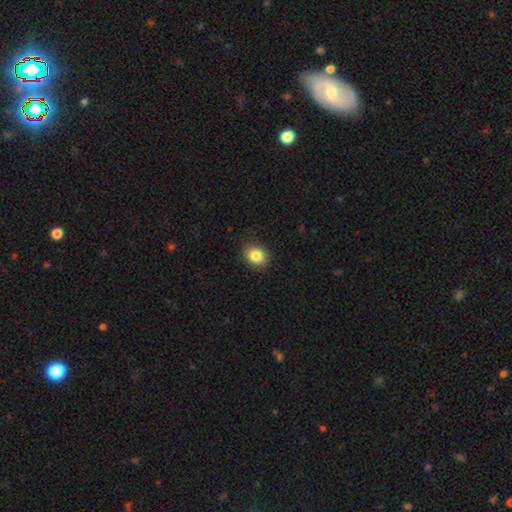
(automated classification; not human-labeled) A smooth galaxy with no disk features (85%) that is in between round and cigar-shaped (50%). Merging: none (86%).